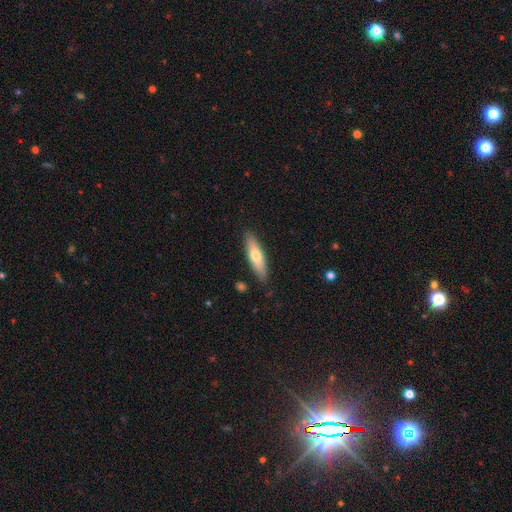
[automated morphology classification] type=smooth (65%); roundness=cigar-shaped (64%); merging=none (87%).